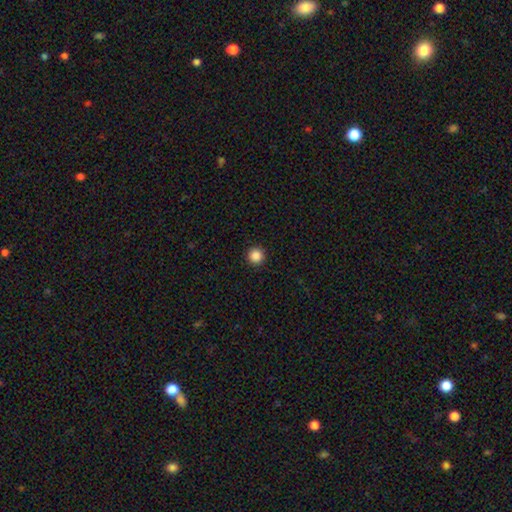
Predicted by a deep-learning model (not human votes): Overall: smooth (87%). How rounded: round (96%). Merging: none (93%).